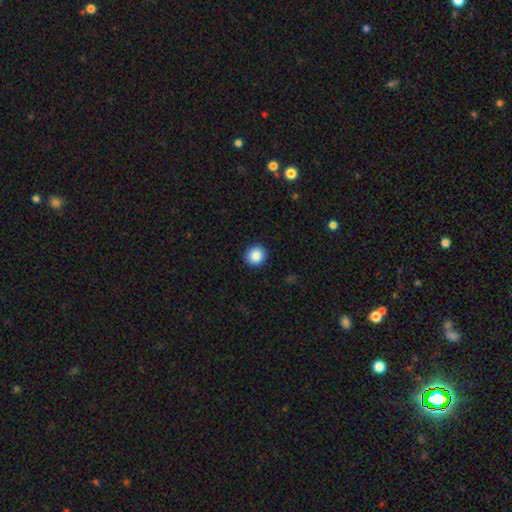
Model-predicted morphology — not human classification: This appears to be a smooth galaxy with no disk features (87%) that is round (90%). Merging: none (92%).